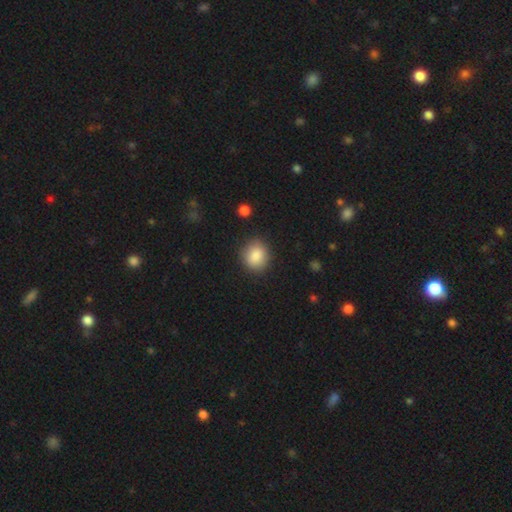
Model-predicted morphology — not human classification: Smooth or featured?
  - smooth: 86% *
  - star or artifact: 8%
  - featured or disk: 5%
How rounded?
  - round: 77% *
  - in between: 22%
  - cigar-shaped: 1%
Merging?
  - none: 86% *
  - minor disturbance: 10%
  - major disturbance: 3%
  - merger: 2%